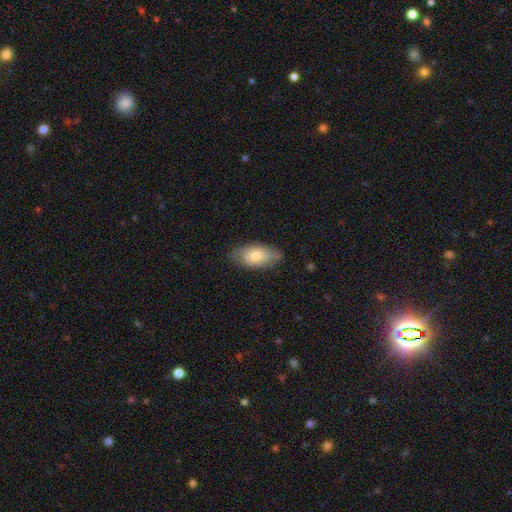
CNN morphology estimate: Overall: smooth (72%). How rounded: in between (92%). Merging: none (74%).